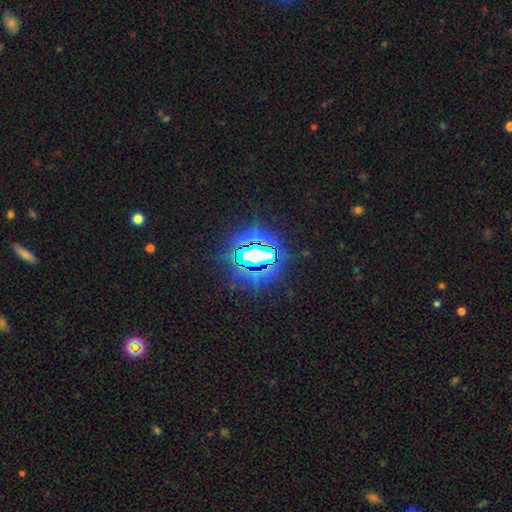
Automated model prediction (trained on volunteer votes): Smooth or featured?
  - star or artifact: 76% *
  - smooth: 13%
  - featured or disk: 11%